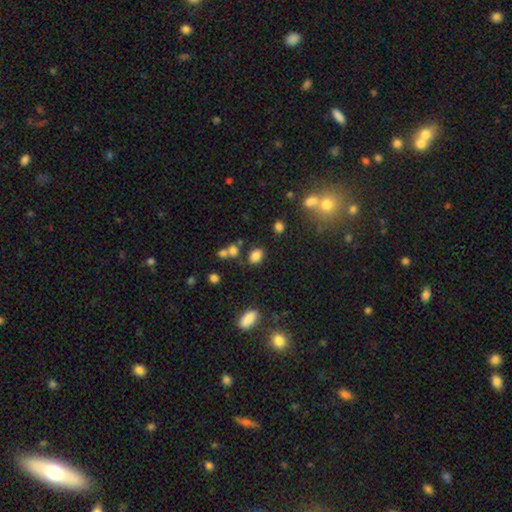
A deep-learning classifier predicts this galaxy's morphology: Smooth or featured? Predicted: smooth (p=0.79). How rounded? Predicted: in between (p=0.67). Merging? Predicted: none (p=0.71).